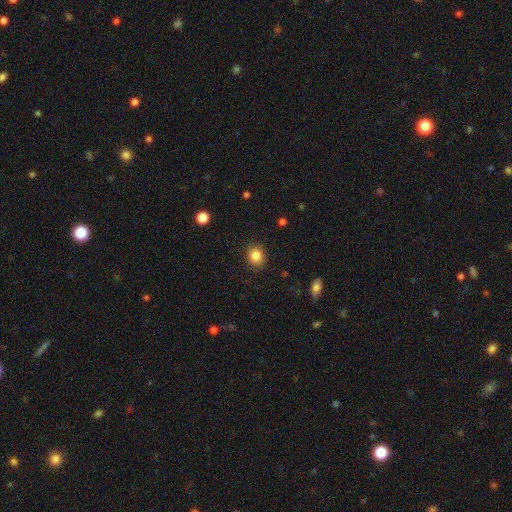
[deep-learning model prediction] A smooth galaxy with no disk features (85%) that is round (71%).

Vote fractions:
- Smooth or featured? smooth: 85% / star or artifact: 10% / featured or disk: 5%
- How rounded? round: 71% / in between: 28% / cigar-shaped: 1%
- Merging? none: 85% / minor disturbance: 11% / major disturbance: 3% / merger: 1%